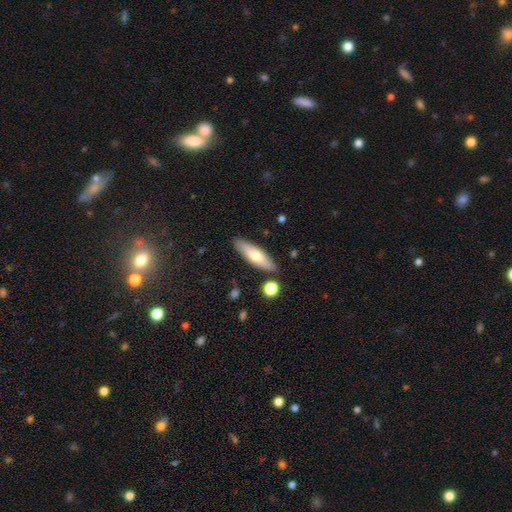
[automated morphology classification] Q: Smooth or featured?
A: smooth (60%); runner-up: featured or disk (34%)
Q: How rounded?
A: cigar-shaped (57%); runner-up: in between (40%)
Q: Merging?
A: none (86%); runner-up: minor disturbance (9%)